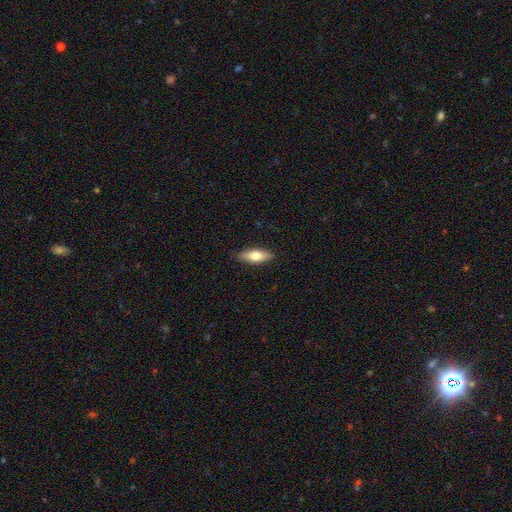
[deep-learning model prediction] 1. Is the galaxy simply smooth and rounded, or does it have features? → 66% smooth, 28% featured or disk, 6% star or artifact.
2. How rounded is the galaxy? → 65% in between, 33% cigar-shaped, 3% round.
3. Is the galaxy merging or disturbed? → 88% none, 9% minor disturbance, 2% major disturbance, 1% merger.